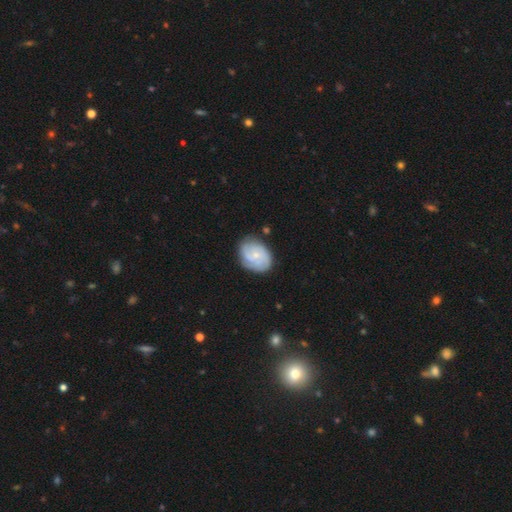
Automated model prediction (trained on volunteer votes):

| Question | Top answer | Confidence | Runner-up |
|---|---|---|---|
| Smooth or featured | featured or disk | 68% | smooth (26%) |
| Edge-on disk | no | 98% | yes (2%) |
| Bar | no | 68% | weak (28%) |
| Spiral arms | yes | 90% | no (10%) |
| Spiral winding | tight | 54% | medium (35%) |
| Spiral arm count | can't tell | 30% | 2 (28%) |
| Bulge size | small | 73% | moderate (22%) |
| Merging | none | 72% | minor disturbance (20%) |